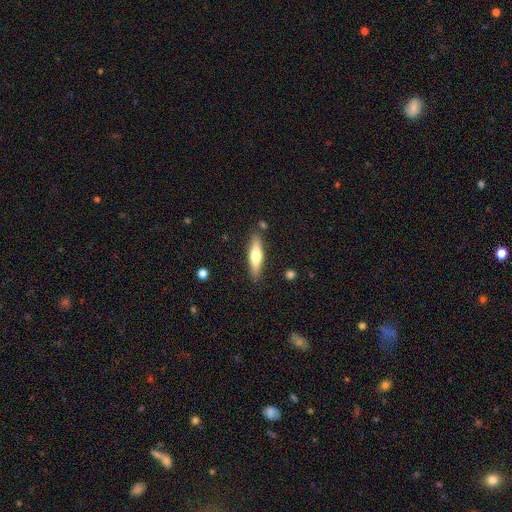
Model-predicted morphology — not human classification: Smooth or featured? smooth (56%)
How rounded? cigar-shaped (74%)
Merging? none (86%)